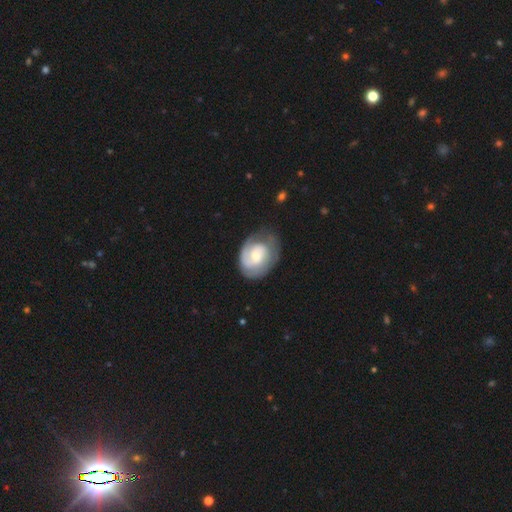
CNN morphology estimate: Overall: featured or disk (68%). Edge-on disk: no (97%). Bar: no (65%; weak 29%). Spiral arms: yes (85%). Spiral arm count: 2 (40%; can't tell 29%). Spiral winding: tight (58%; medium 31%). Bulge size: small (48%; moderate 44%). Merging: none (60%; minor disturbance 25%).